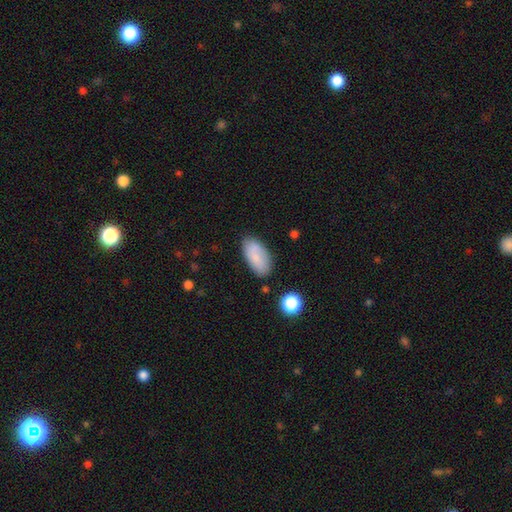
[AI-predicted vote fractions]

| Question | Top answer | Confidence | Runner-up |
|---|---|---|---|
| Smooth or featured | smooth | 81% | featured or disk (12%) |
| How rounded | in between | 92% | cigar-shaped (5%) |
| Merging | none | 79% | minor disturbance (14%) |